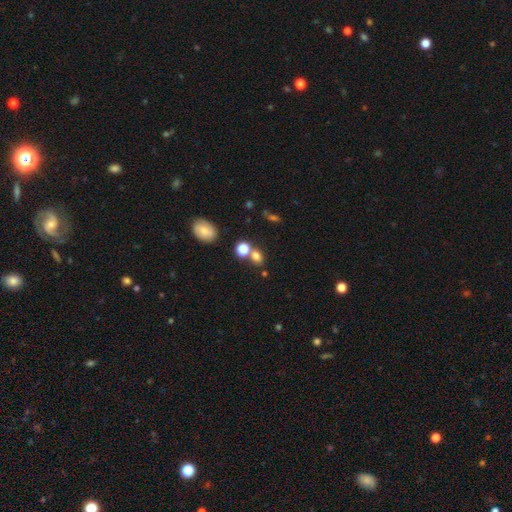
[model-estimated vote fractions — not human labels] This appears to be a smooth galaxy with no disk features (76%) that is round (58%). Merging: none (56%).